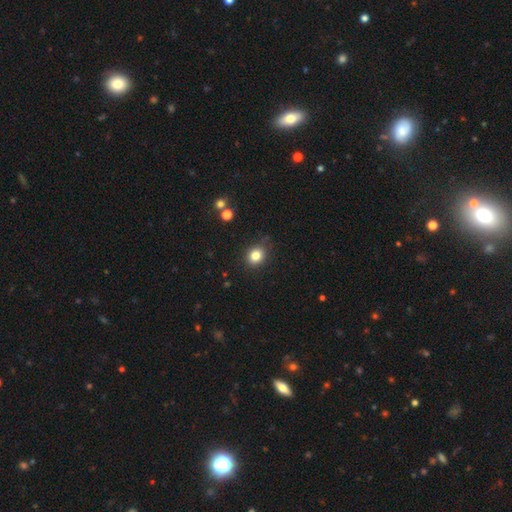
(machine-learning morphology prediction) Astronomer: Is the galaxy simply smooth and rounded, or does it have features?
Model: smooth — 82%.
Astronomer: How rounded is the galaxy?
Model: round — 66%.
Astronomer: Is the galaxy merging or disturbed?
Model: none — 83%.